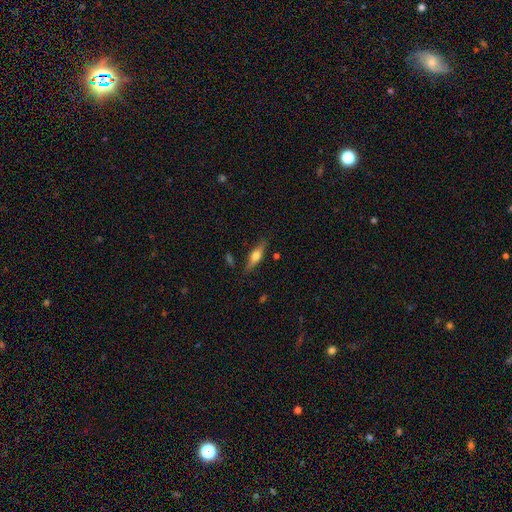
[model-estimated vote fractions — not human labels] Smooth or featured?
  - featured or disk: 51% *
  - smooth: 42%
  - star or artifact: 6%
Edge-on disk?
  - yes: 92% *
  - no: 8%
Merging?
  - none: 83% *
  - minor disturbance: 11%
  - major disturbance: 3%
  - merger: 2%